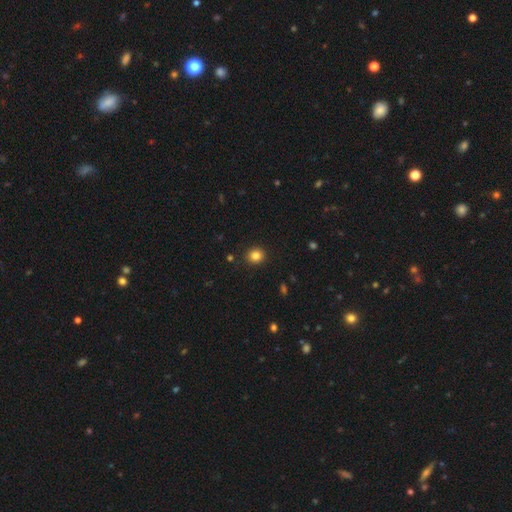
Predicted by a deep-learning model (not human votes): A smooth galaxy with no disk features (83%) that is round (82%). Merging: none (91%).